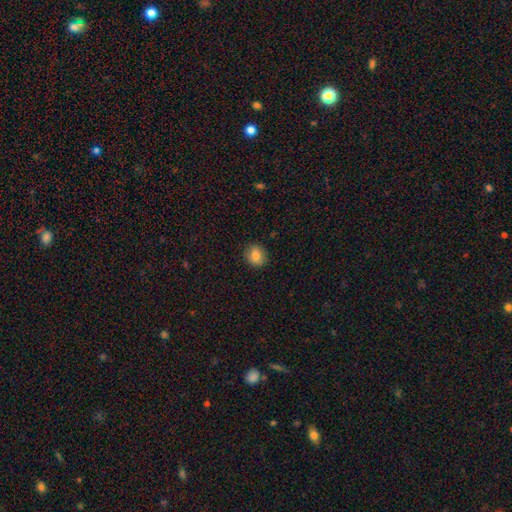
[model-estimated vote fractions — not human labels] Smooth or featured?
  - smooth: 83% *
  - star or artifact: 9%
  - featured or disk: 8%
How rounded?
  - round: 69% *
  - in between: 30%
  - cigar-shaped: 1%
Merging?
  - none: 88% *
  - minor disturbance: 9%
  - major disturbance: 2%
  - merger: 1%